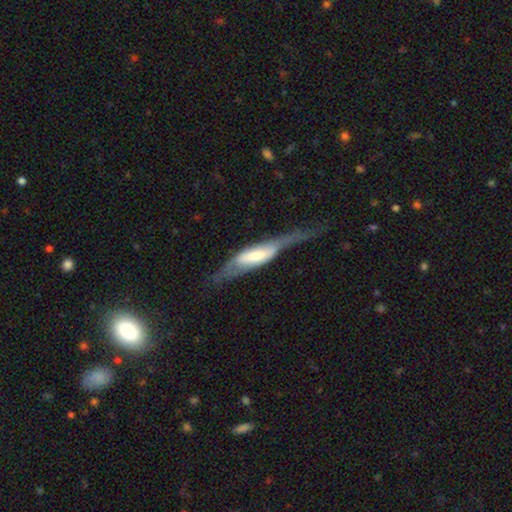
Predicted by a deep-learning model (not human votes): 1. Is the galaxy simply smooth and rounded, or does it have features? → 59% featured or disk, 36% smooth, 6% star or artifact.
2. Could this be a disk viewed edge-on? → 50% yes (tied), 50% no (tied).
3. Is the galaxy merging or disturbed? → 44% major disturbance, 28% none, 25% minor disturbance, 4% merger.